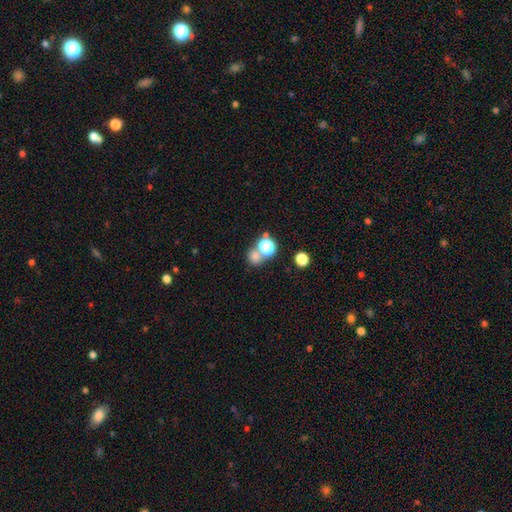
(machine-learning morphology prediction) smooth 67%, star or artifact 25%, featured or disk 8%. Down the decision tree: how rounded — round (77%); merging — none (53%).